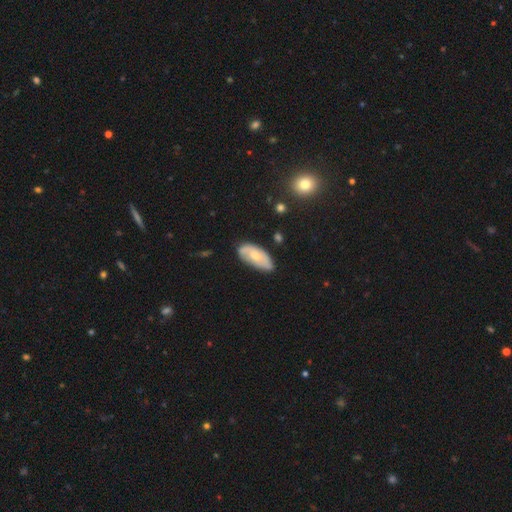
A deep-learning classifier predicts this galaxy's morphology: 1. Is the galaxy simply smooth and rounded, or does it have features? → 51% smooth, 43% featured or disk, 6% star or artifact.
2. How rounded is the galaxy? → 90% in between, 7% cigar-shaped, 3% round.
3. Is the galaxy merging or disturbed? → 66% none, 26% minor disturbance, 5% major disturbance, 2% merger.